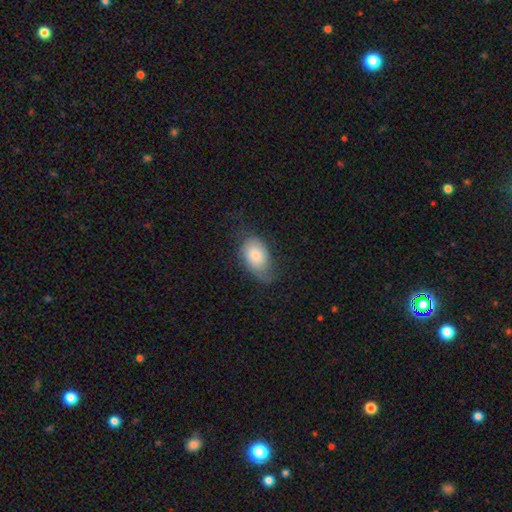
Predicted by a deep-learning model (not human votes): Smooth or featured: smooth — 74% (featured or disk — 19%)
How rounded: in between — 87% (round — 11%)
Merging: none — 49% (minor disturbance — 34%)